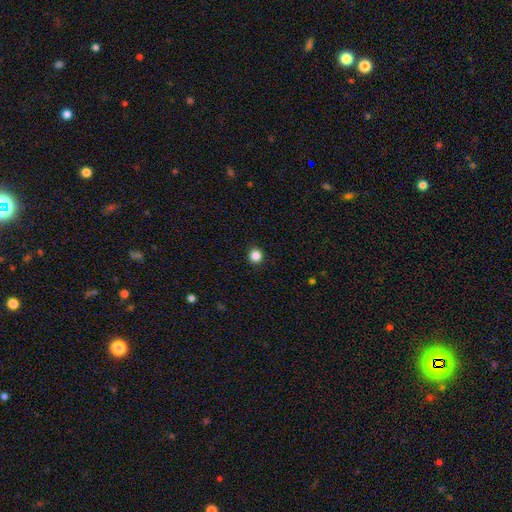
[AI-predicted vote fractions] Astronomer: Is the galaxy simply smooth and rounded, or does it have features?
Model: smooth — 86%.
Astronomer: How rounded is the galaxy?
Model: round — 93%.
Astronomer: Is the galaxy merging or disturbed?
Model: none — 93%.